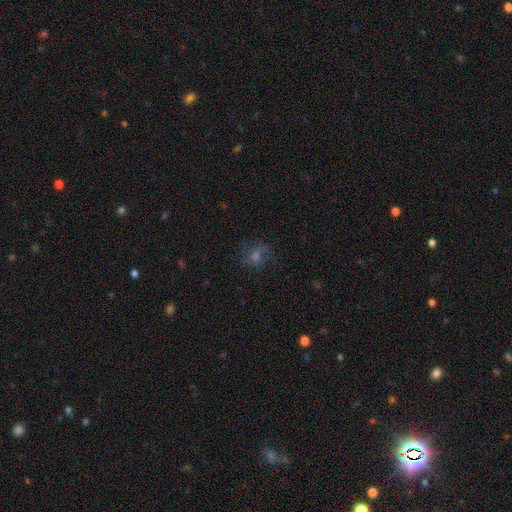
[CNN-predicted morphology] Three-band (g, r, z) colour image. It shows a smooth galaxy with no disk features (37%). Merging: none (63%).